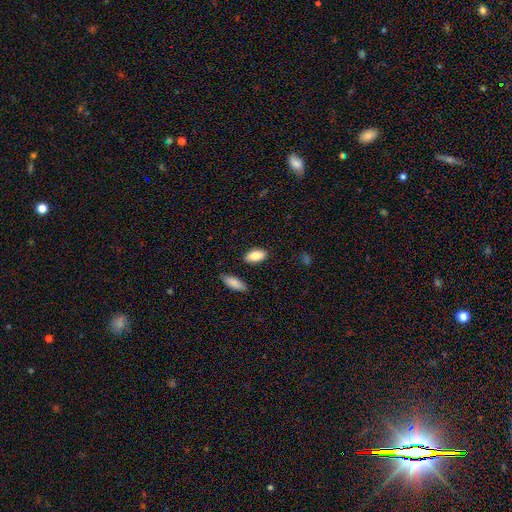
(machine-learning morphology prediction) The model was most divided on "merging": none: 86%, minor disturbance: 9%, merger: 3%, major disturbance: 2%. More confident: how rounded — in between (92%); smooth or featured — smooth (86%).